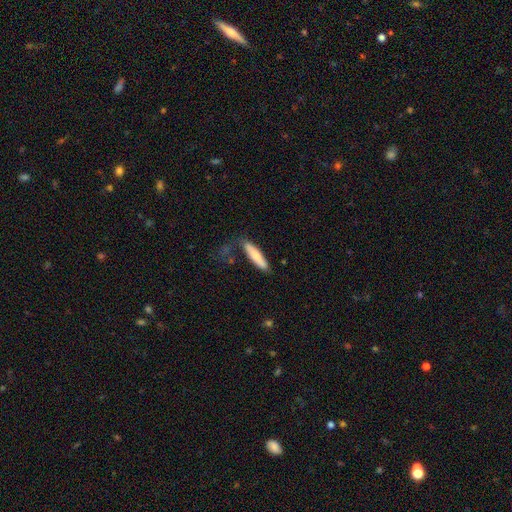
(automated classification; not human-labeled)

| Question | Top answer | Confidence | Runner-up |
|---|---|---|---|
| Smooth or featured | smooth | 74% | featured or disk (21%) |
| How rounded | cigar-shaped | 78% | in between (20%) |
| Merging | none | 67% | minor disturbance (21%) |